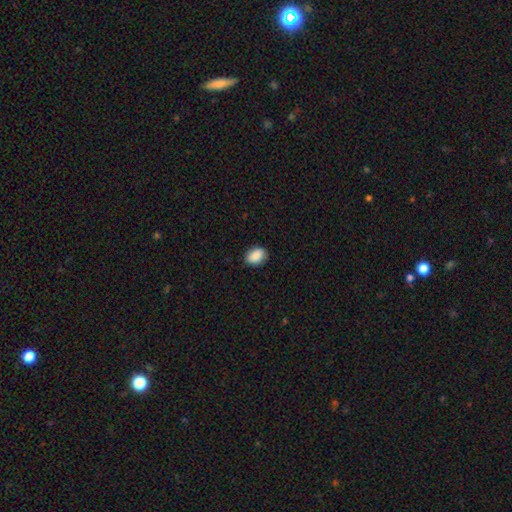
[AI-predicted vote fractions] Smooth or featured?
  - smooth: 88% *
  - star or artifact: 7%
  - featured or disk: 5%
How rounded?
  - in between: 75% *
  - round: 24%
  - cigar-shaped: 1%
Merging?
  - none: 84% *
  - minor disturbance: 12%
  - major disturbance: 2%
  - merger: 1%